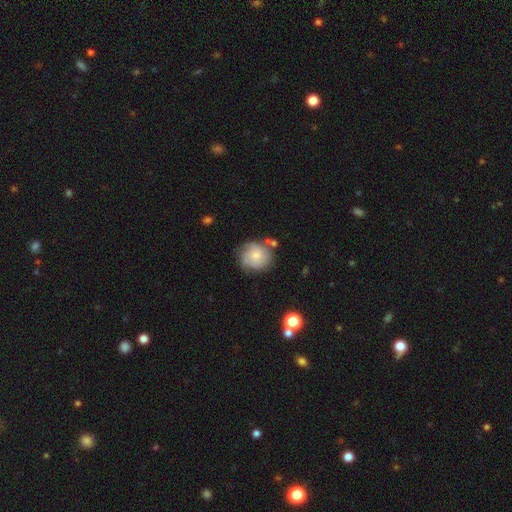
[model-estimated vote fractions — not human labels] Smooth or featured?
  - smooth: 61% *
  - featured or disk: 31%
  - star or artifact: 8%
How rounded?
  - round: 82% *
  - in between: 17%
  - cigar-shaped: 1%
Merging?
  - none: 63% *
  - minor disturbance: 22%
  - merger: 8%
  - major disturbance: 7%